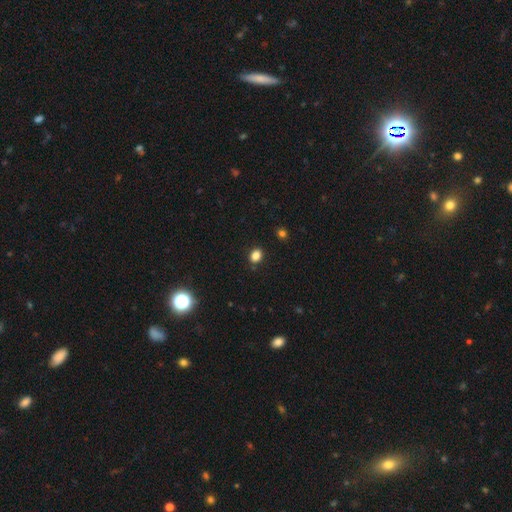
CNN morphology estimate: Q: Smooth or featured?
A: smooth (83%); runner-up: star or artifact (13%)
Q: How rounded?
A: round (51%); runner-up: in between (48%)
Q: Merging?
A: none (88%); runner-up: minor disturbance (8%)